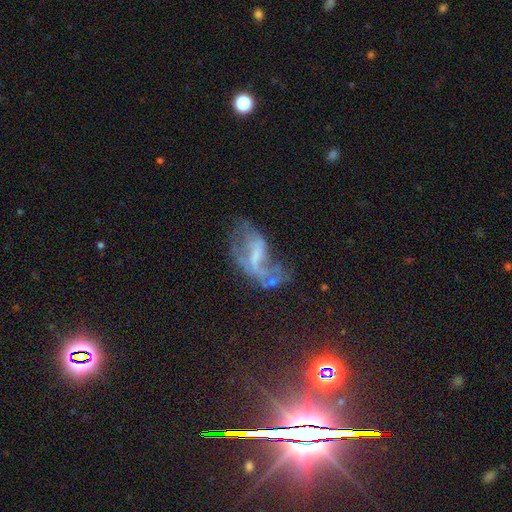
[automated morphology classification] Smooth or featured: featured or disk — 60% (smooth — 22%)
Edge-on disk: no — 94% (yes — 6%)
Bar: no — 43% (weak — 40%)
Spiral arms: yes — 54% (no — 46%)
Bulge size: none — 42% (small — 29%)
Merging: major disturbance — 38% (none — 29%)